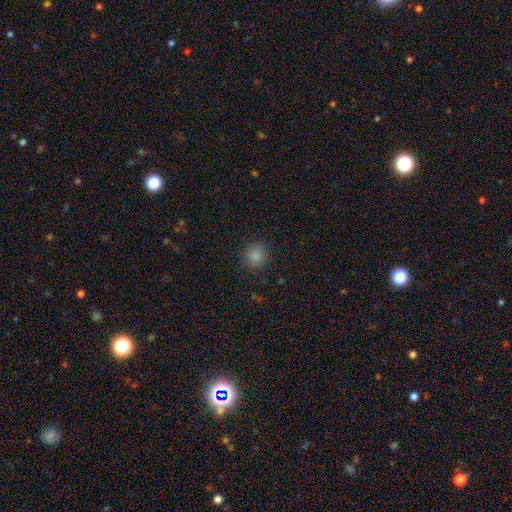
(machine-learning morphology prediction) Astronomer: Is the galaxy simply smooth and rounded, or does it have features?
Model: smooth — 84%.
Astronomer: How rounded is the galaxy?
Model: round — 91%.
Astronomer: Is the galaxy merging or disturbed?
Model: none — 90%.